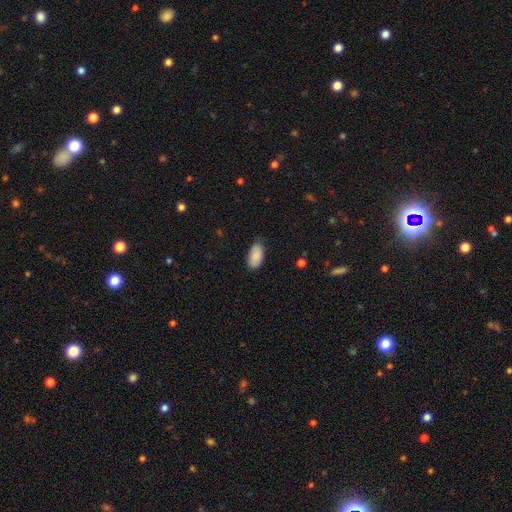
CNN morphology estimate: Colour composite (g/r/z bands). It shows a smooth galaxy with no disk features (89%) that is in between round and cigar-shaped (95%). Merging: none (77%).